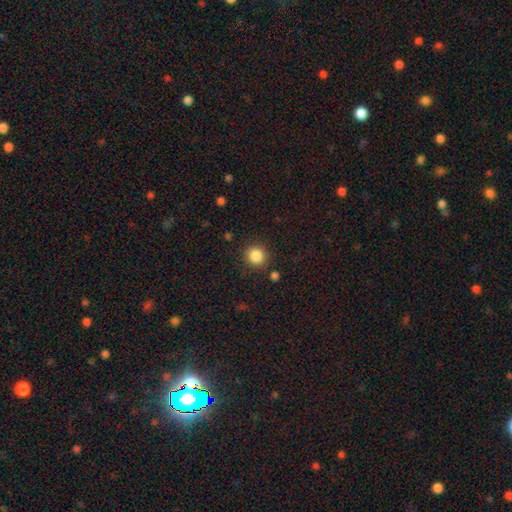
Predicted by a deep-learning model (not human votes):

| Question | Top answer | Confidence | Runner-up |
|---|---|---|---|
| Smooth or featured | smooth | 85% | star or artifact (11%) |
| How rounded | round | 92% | in between (7%) |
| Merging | none | 87% | minor disturbance (7%) |